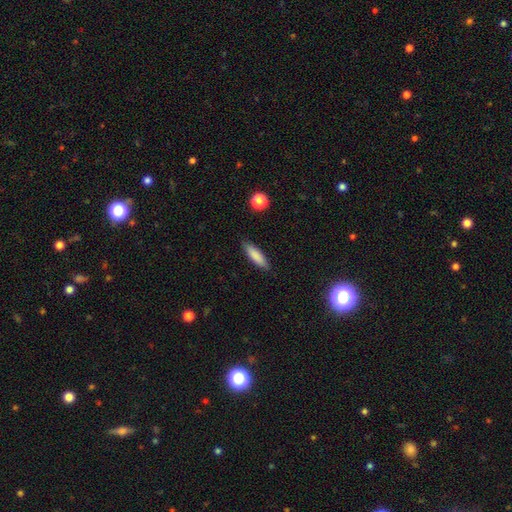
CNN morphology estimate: smooth-or-featured: smooth: 84% | featured or disk: 10% | star or artifact: 7%
  how-rounded: cigar-shaped: 66% | in between: 32% | round: 2%
  merging: none: 87% | minor disturbance: 10% | major disturbance: 2% | merger: 1%